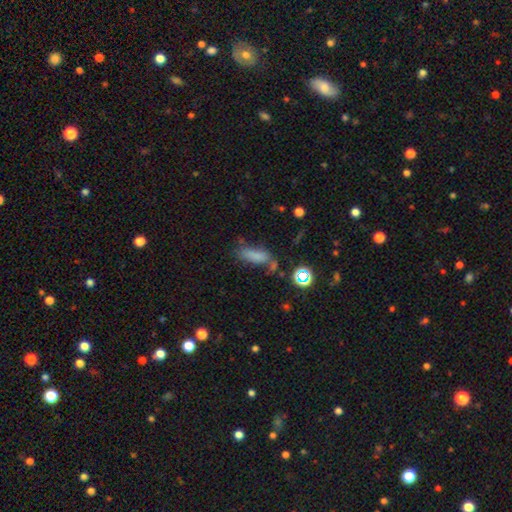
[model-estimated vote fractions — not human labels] The model was most divided on "merging": none: 50%, minor disturbance: 24%, merger: 14%, major disturbance: 13%. More confident: smooth or featured — smooth (71%); how rounded — in between (61%).